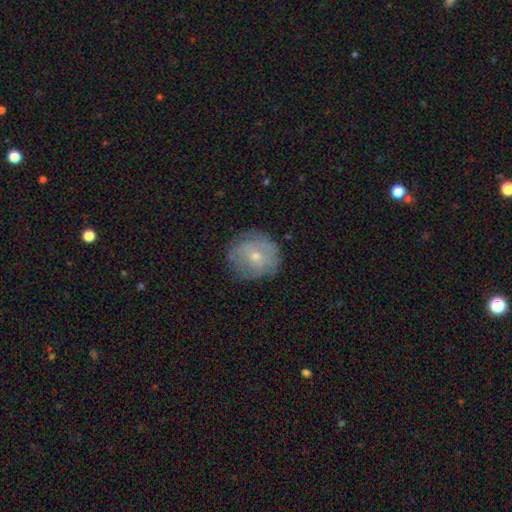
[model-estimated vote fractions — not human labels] A smooth galaxy with no disk features (49%).

Vote fractions:
- Smooth or featured? smooth: 49% / featured or disk: 43% / star or artifact: 9%
- Merging? none: 75% / minor disturbance: 17% / major disturbance: 6% / merger: 1%